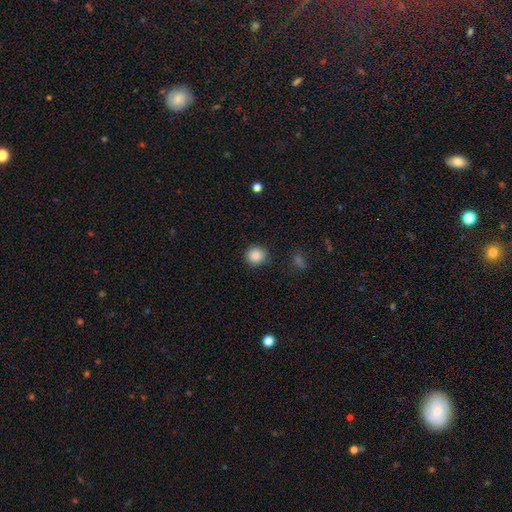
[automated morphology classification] Smooth or featured: smooth — 87% (star or artifact — 10%)
How rounded: round — 90% (in between — 9%)
Merging: none — 87% (minor disturbance — 8%)